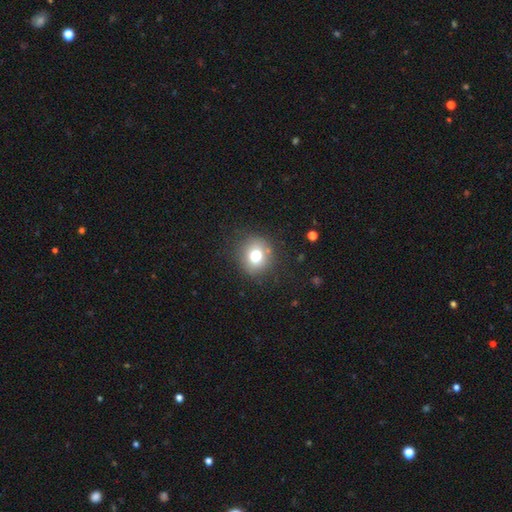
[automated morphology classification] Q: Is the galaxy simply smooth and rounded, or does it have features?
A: smooth — 71%.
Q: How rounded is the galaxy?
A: round — 87%.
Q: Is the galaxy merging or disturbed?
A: none — 84%.